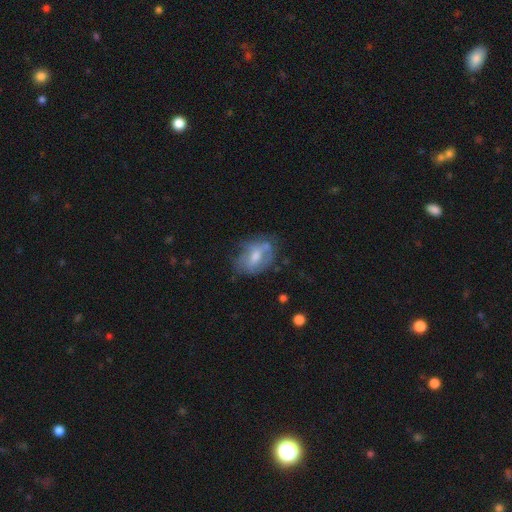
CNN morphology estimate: A featured or disk galaxy (51%).

Vote fractions:
- Smooth or featured? featured or disk: 51% / smooth: 40% / star or artifact: 10%
- Edge-on disk? no: 94% / yes: 6%
- Merging? none: 53% / minor disturbance: 28% / major disturbance: 14% / merger: 5%